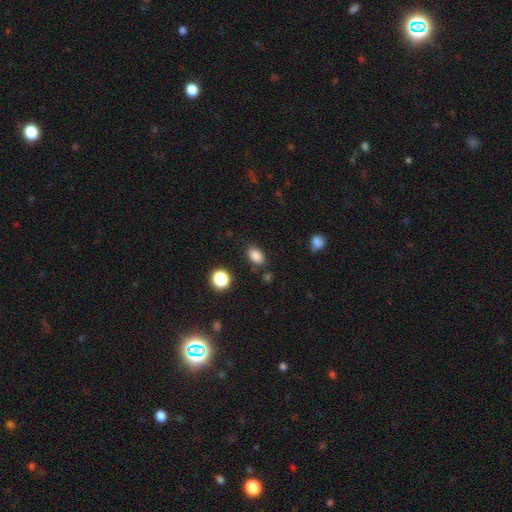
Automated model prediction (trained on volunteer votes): Morphology: type=smooth (84%); roundness=in between (85%); merging=none (81%).